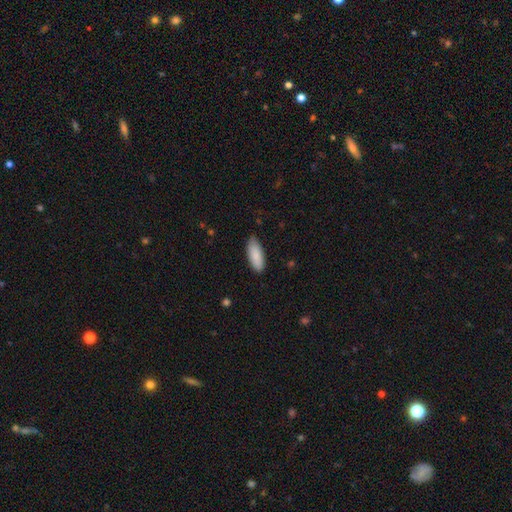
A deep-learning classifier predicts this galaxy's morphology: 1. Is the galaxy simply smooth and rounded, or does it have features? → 87% smooth, 7% featured or disk, 6% star or artifact.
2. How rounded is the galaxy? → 79% in between, 20% cigar-shaped, 2% round.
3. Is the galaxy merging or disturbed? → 82% none, 15% minor disturbance, 2% major disturbance, 1% merger.